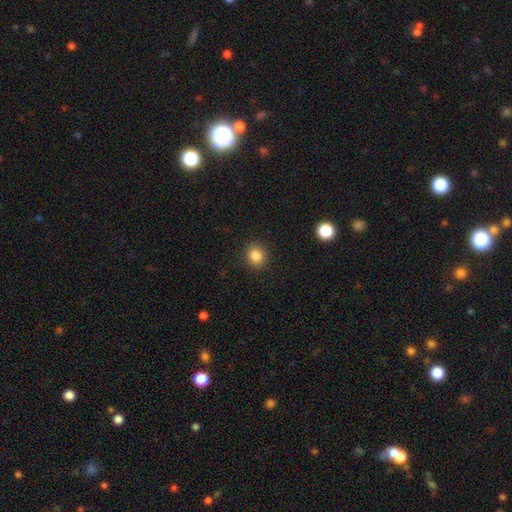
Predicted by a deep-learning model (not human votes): A smooth galaxy with no disk features (85%) that is round (81%). Merging: none (90%).